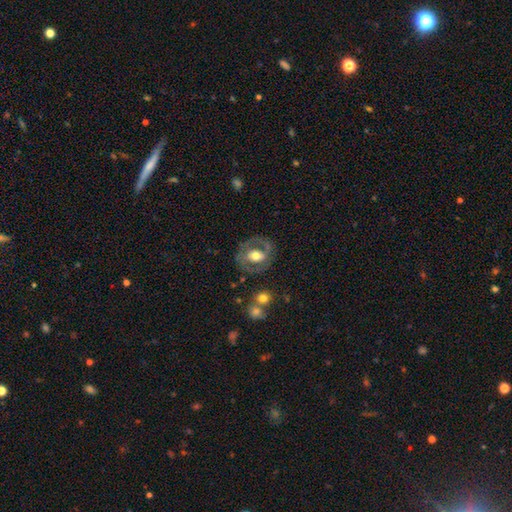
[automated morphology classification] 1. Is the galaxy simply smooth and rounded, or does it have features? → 59% featured or disk, 35% smooth, 6% star or artifact.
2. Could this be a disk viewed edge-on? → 95% no, 5% yes.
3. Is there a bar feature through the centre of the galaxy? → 56% no, 28% weak, 16% strong.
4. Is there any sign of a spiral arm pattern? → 63% no, 37% yes.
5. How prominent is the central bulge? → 66% moderate, 22% large, 9% small, 2% dominant, 1% none.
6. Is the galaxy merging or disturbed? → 72% none, 16% minor disturbance, 10% major disturbance, 3% merger.